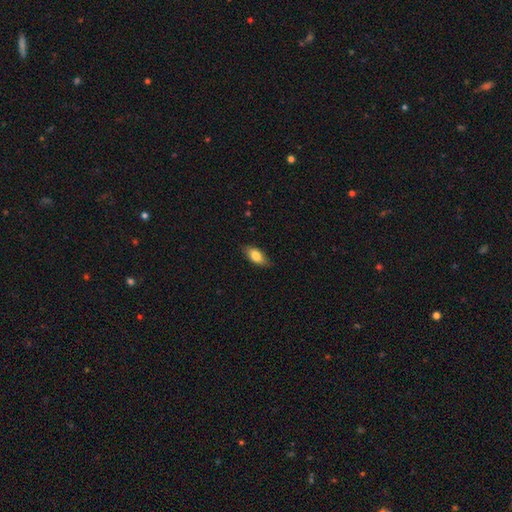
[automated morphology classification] type=smooth (77%); roundness=in between (85%); merging=none (80%).